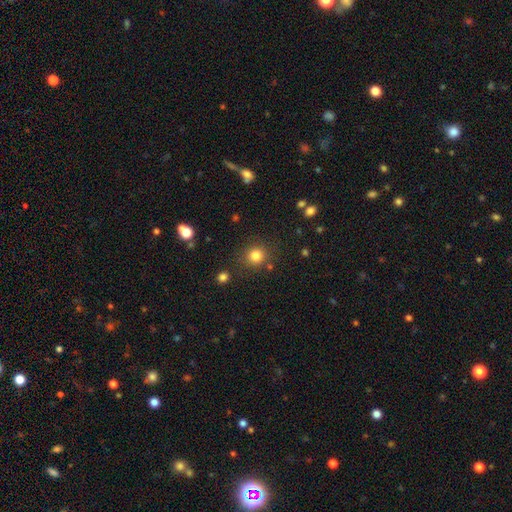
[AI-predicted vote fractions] Morphology: type=smooth (82%); roundness=round (90%); merging=none (85%).